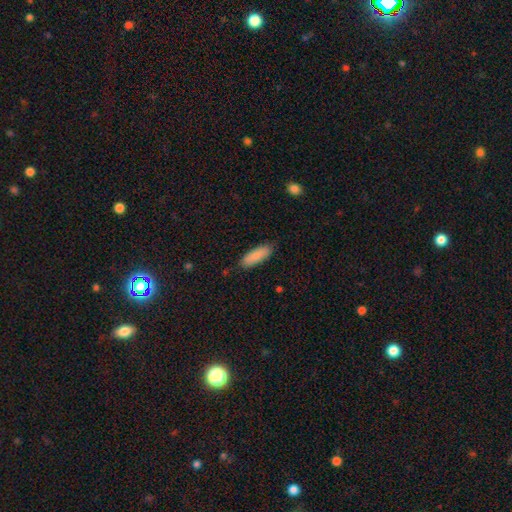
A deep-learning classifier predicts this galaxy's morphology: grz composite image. It shows a smooth galaxy with no disk features (87%) that is in between round and cigar-shaped (58%). Merging: none (84%).